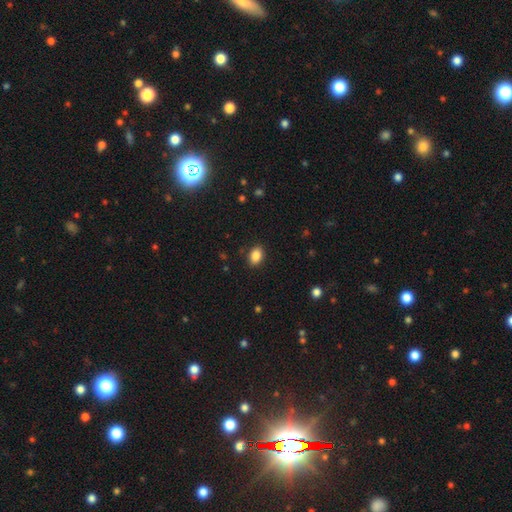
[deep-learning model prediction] smooth 87%, star or artifact 9%, featured or disk 5%. Down the decision tree: how rounded — in between (81%); merging — none (88%).